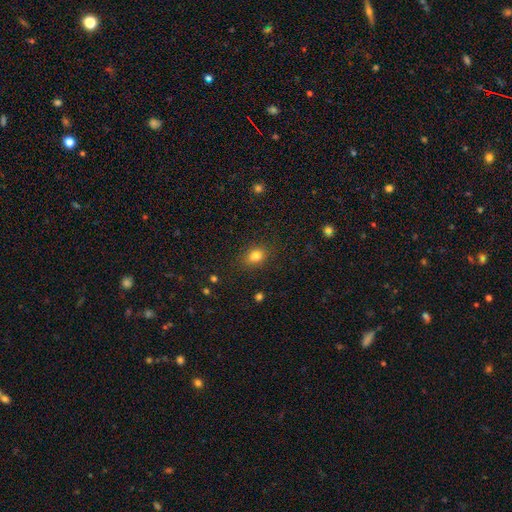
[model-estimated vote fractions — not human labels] Smooth or featured: smooth — 83% (star or artifact — 11%)
How rounded: in between — 62% (round — 36%)
Merging: none — 84% (minor disturbance — 11%)